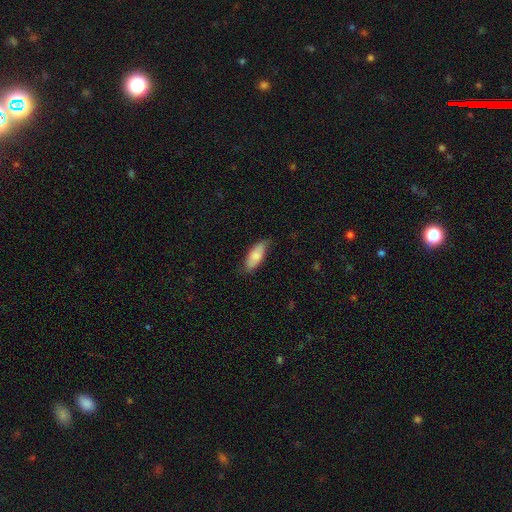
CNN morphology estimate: Smooth or featured: smooth — 78% (featured or disk — 17%)
How rounded: in between — 78% (cigar-shaped — 20%)
Merging: none — 70% (minor disturbance — 24%)